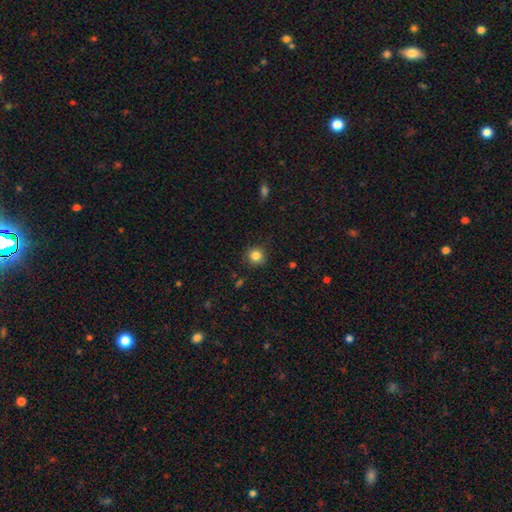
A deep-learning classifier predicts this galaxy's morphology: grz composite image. It shows a smooth galaxy with no disk features (84%) that is round (92%). Merging: none (88%).